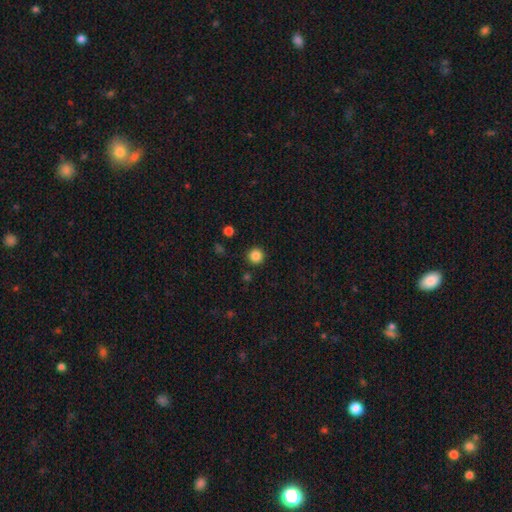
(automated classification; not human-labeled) A smooth galaxy with no disk features (85%) that is round (96%).

Vote fractions:
- Smooth or featured? smooth: 85% / star or artifact: 11% / featured or disk: 3%
- How rounded? round: 96% / in between: 4% / cigar-shaped: 1%
- Merging? none: 91% / minor disturbance: 5% / major disturbance: 2% / merger: 2%